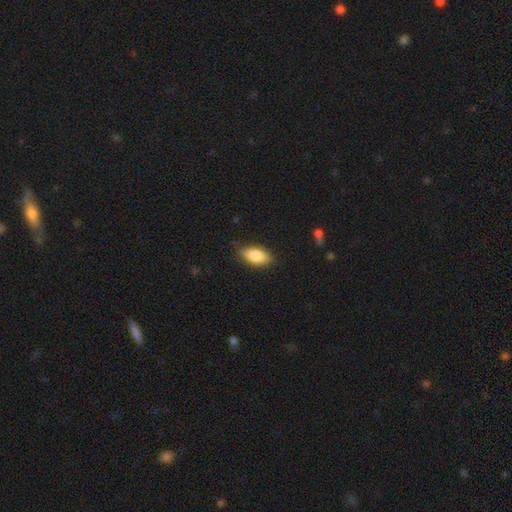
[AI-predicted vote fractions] smooth-or-featured: smooth: 84% | featured or disk: 9% | star or artifact: 7%
  how-rounded: in between: 87% | cigar-shaped: 10% | round: 3%
  merging: none: 83% | minor disturbance: 13% | major disturbance: 3% | merger: 1%